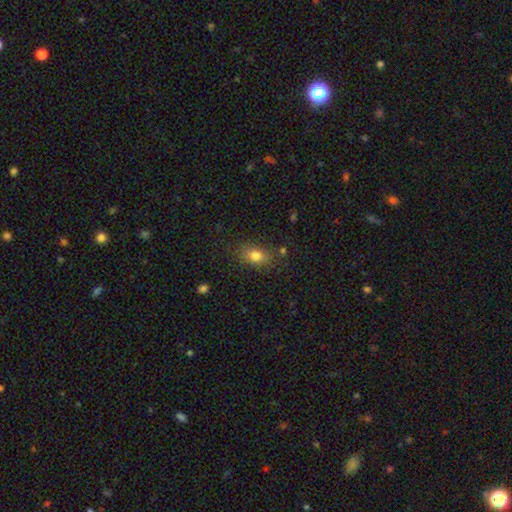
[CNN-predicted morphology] Smooth or featured?
  - smooth: 81% *
  - star or artifact: 10%
  - featured or disk: 9%
How rounded?
  - in between: 79% *
  - round: 18%
  - cigar-shaped: 3%
Merging?
  - none: 79% *
  - minor disturbance: 14%
  - major disturbance: 4%
  - merger: 3%